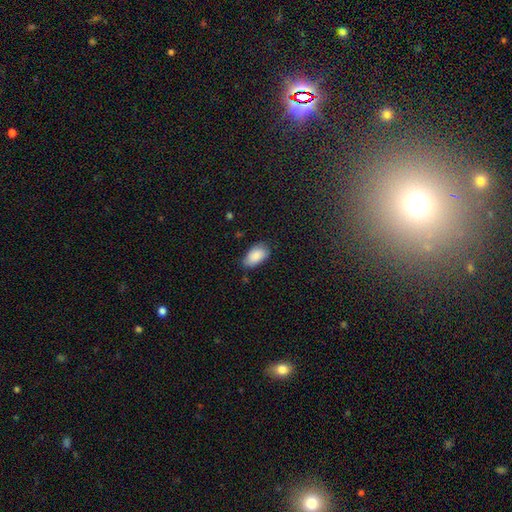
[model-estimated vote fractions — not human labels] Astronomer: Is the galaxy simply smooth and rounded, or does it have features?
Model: smooth — 87%.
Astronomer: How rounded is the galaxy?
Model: in between — 94%.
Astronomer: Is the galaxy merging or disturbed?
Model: none — 69%.